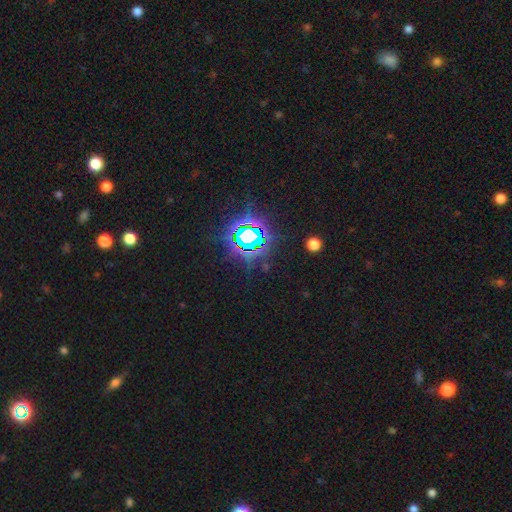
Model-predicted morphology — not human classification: Smooth or featured? star or artifact (85%)